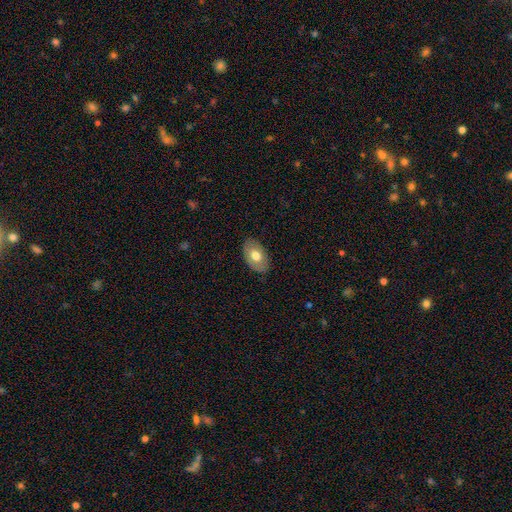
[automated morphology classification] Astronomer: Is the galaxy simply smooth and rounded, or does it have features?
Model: smooth — 68%.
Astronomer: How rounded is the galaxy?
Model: in between — 90%.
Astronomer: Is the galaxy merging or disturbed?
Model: none — 84%.